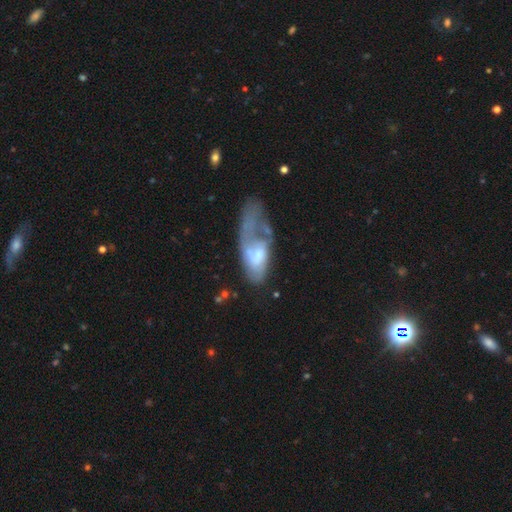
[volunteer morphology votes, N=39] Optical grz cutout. It shows a smooth galaxy with no disk features (54%) that is in between round and cigar-shaped (76%). Merging: major disturbance (43%).